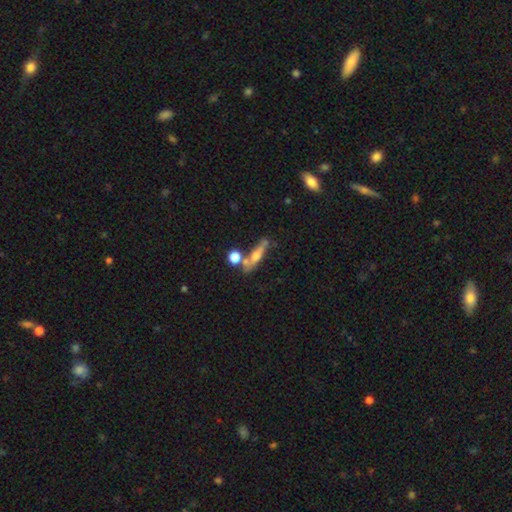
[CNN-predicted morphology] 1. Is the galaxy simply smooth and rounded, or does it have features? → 52% featured or disk, 38% smooth, 10% star or artifact.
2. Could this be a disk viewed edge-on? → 81% yes, 19% no.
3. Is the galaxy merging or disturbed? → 57% none, 21% merger, 16% minor disturbance, 7% major disturbance.